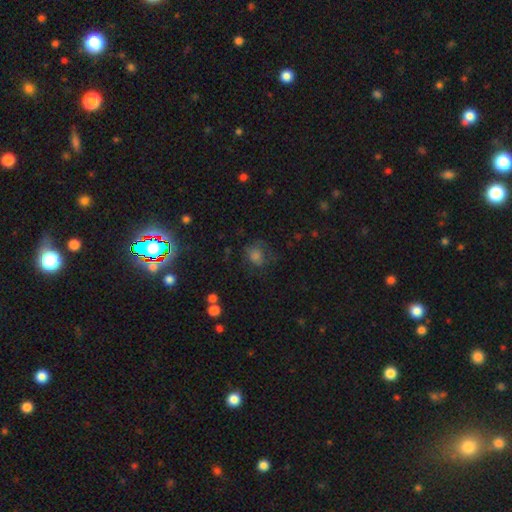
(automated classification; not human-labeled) Morphology: type=smooth (62%); roundness=round (68%); merging=none (57%).